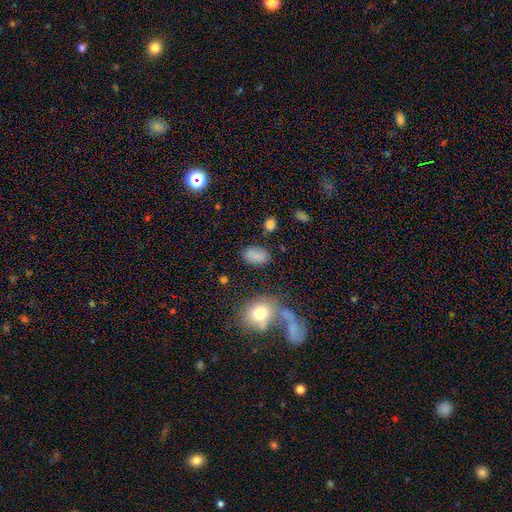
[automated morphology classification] A smooth galaxy with no disk features (82%) that is in between round and cigar-shaped (90%).

Vote fractions:
- Smooth or featured? smooth: 82% / star or artifact: 11% / featured or disk: 7%
- How rounded? in between: 90% / round: 8% / cigar-shaped: 2%
- Merging? none: 78% / minor disturbance: 13% / major disturbance: 4% / merger: 4%